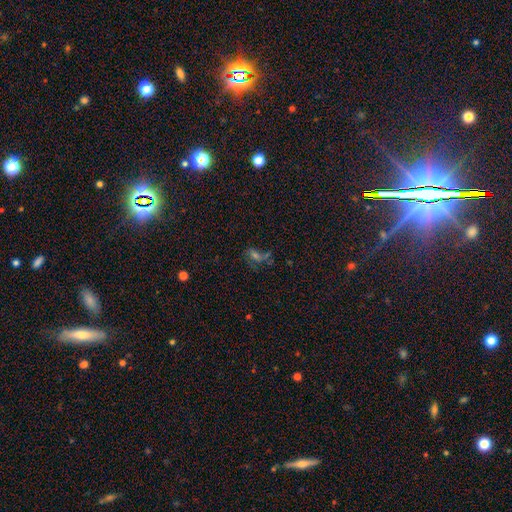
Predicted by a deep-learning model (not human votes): star or artifact 42%, featured or disk 29%, smooth 29%.